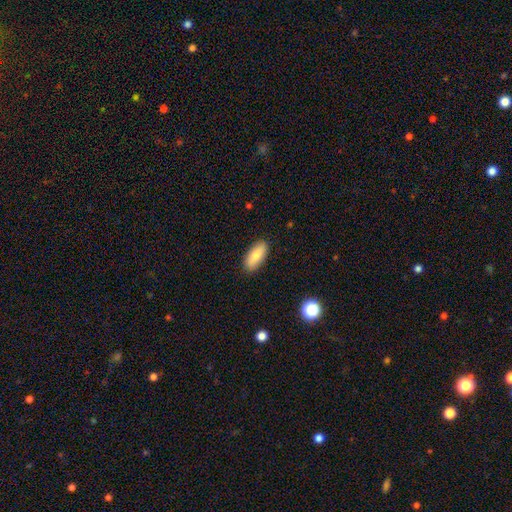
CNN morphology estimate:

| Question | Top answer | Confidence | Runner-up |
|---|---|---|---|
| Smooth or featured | smooth | 79% | featured or disk (15%) |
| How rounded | in between | 85% | cigar-shaped (12%) |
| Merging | none | 88% | minor disturbance (9%) |